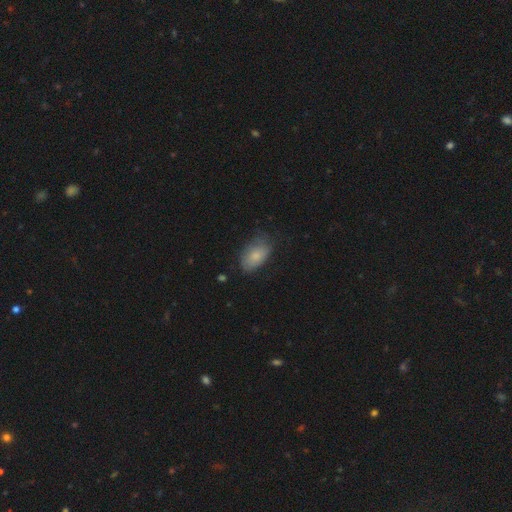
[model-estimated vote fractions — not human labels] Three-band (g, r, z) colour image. It shows a smooth galaxy with no disk features (76%) that is in between round and cigar-shaped (92%). Merging: none (59%).